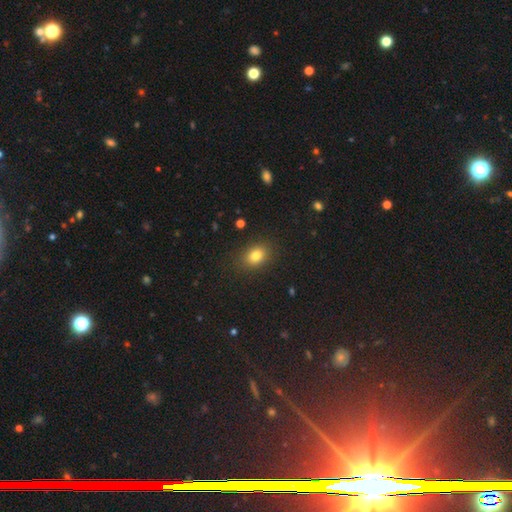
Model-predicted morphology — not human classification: Smooth or featured? smooth (81%)
How rounded? in between (64%)
Merging? none (86%)